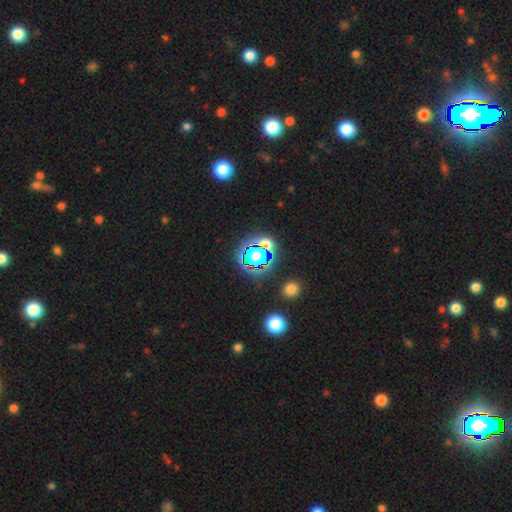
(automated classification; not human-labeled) The model was most divided on "smooth or featured": star or artifact: 59%, smooth: 29%, featured or disk: 13%.